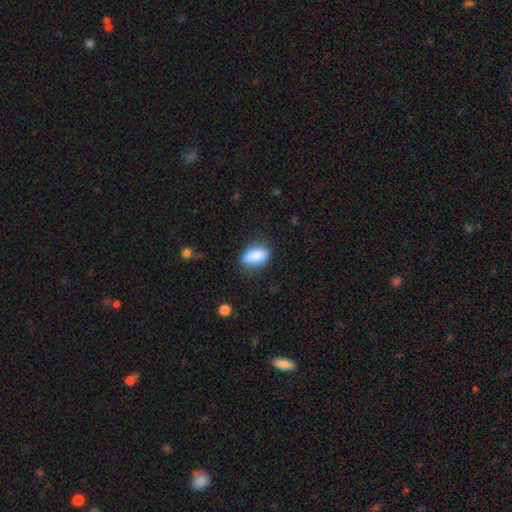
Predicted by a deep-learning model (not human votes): The model was most divided on "merging": none: 72%, minor disturbance: 20%, major disturbance: 5%, merger: 2%. More confident: how rounded — in between (81%); smooth or featured — smooth (80%).